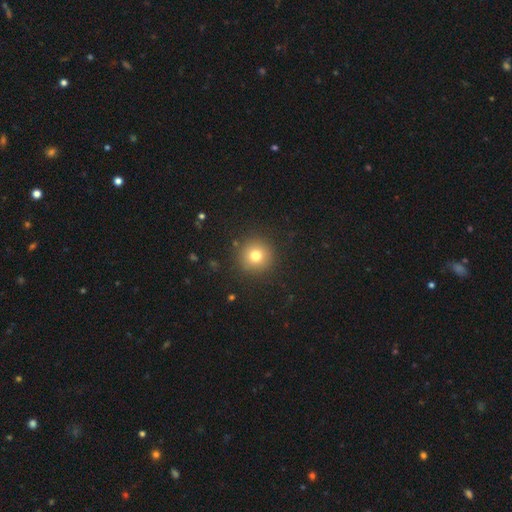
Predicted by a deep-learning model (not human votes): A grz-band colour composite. It shows a smooth galaxy with no disk features (77%) that is round (95%). Merging: none (90%).